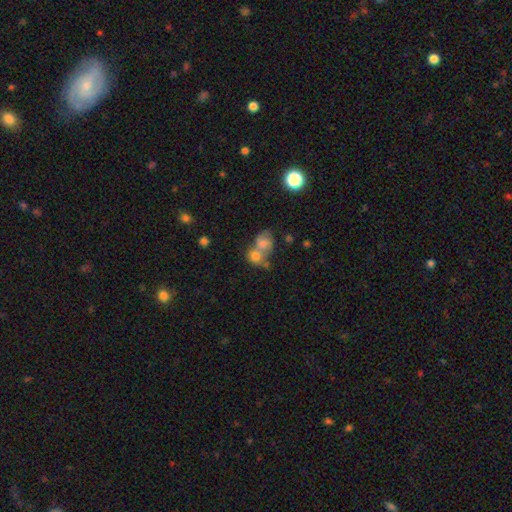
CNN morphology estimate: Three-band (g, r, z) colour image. It shows a smooth galaxy with no disk features (71%) that is round (62%). Merging: merger (63%).